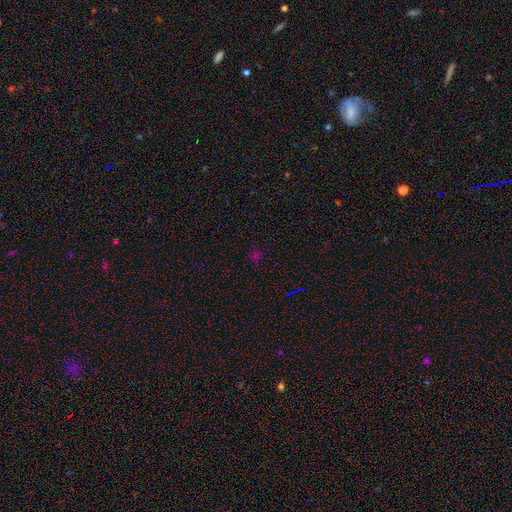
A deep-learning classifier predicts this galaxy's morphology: Overall: smooth (47%, tied with star or artifact). Merging: none (83%).